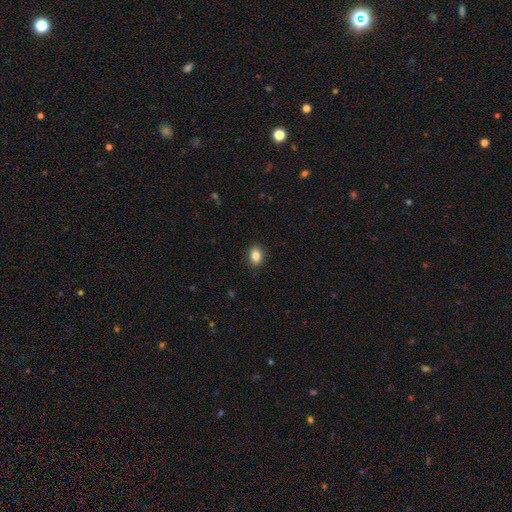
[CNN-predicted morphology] type=smooth (85%); roundness=in between (67%); merging=none (88%).